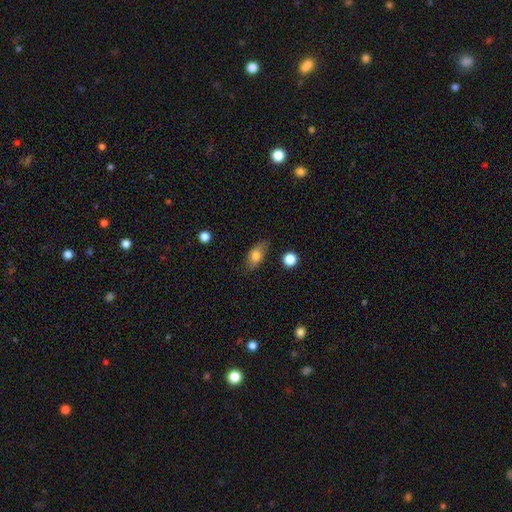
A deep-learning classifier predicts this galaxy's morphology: Overall: smooth (75%). How rounded: in between (82%). Merging: none (77%).